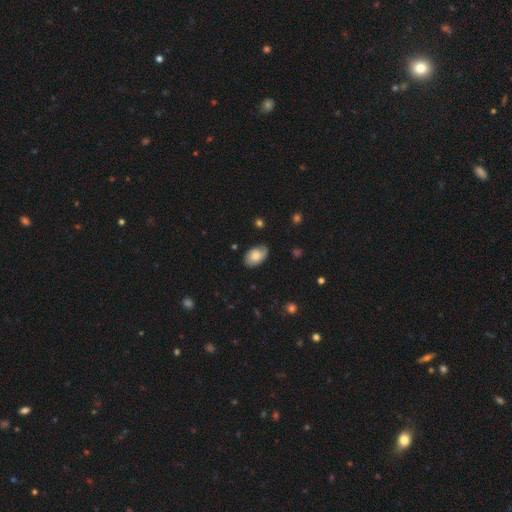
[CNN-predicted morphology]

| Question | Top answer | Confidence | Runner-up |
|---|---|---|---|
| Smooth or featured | smooth | 67% | featured or disk (26%) |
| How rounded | in between | 89% | round (10%) |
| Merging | none | 69% | minor disturbance (25%) |